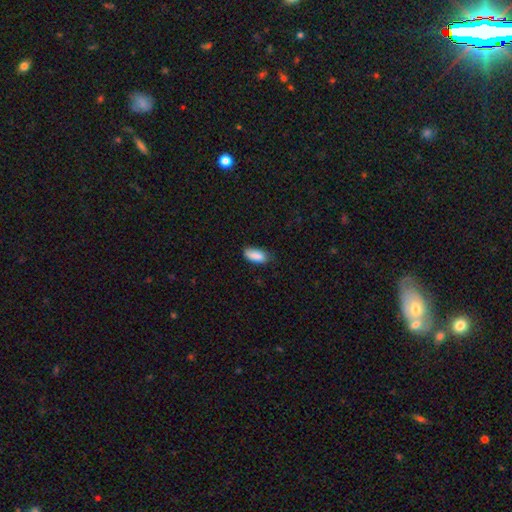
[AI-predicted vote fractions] Smooth or featured? Predicted: smooth (p=0.88). How rounded? Predicted: in between (p=0.85). Merging? Predicted: none (p=0.70).